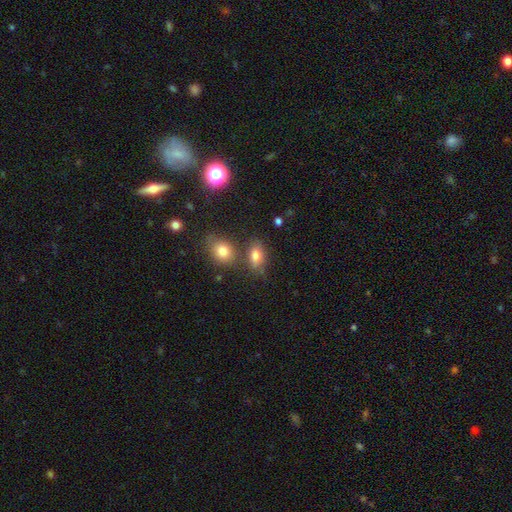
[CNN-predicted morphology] Overall: smooth (77%). How rounded: in between (85%). Merging: none (63%).